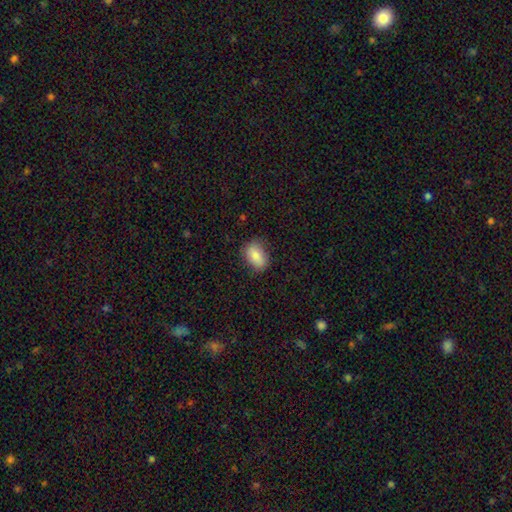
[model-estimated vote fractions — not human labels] This is clearly a smooth galaxy (83%). How rounded: clearly in between (86%). Merging: likely none (79%).